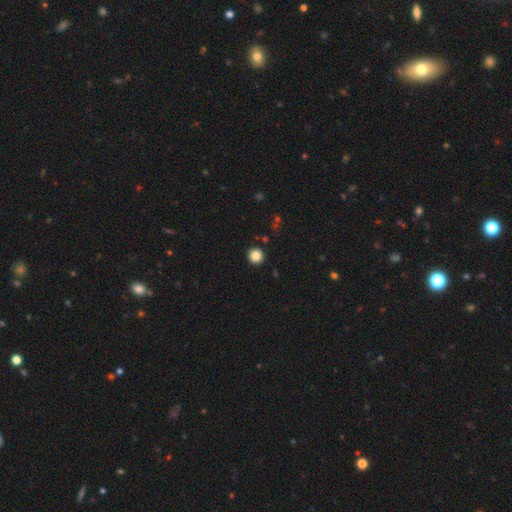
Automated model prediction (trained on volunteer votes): Smooth or featured? smooth (85%)
How rounded? round (94%)
Merging? none (93%)